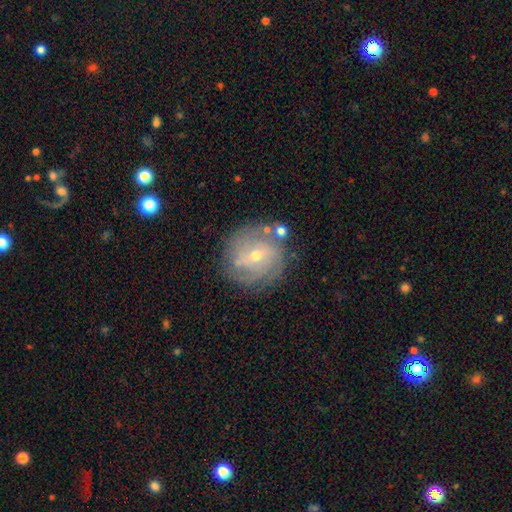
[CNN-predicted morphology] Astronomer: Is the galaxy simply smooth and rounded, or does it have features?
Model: featured or disk — 76%.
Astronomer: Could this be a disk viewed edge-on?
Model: no — 97%.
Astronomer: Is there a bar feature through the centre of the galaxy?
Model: no — 47% (runner-up: weak, 43%).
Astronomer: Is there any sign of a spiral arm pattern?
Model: yes — 91%.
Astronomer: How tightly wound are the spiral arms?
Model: tight — 64%.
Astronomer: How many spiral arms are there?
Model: can't tell — 34% (runner-up: 3, 22%).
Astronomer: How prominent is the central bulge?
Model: small — 51% (runner-up: moderate, 46%).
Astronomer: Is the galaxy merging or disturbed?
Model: none — 77%.